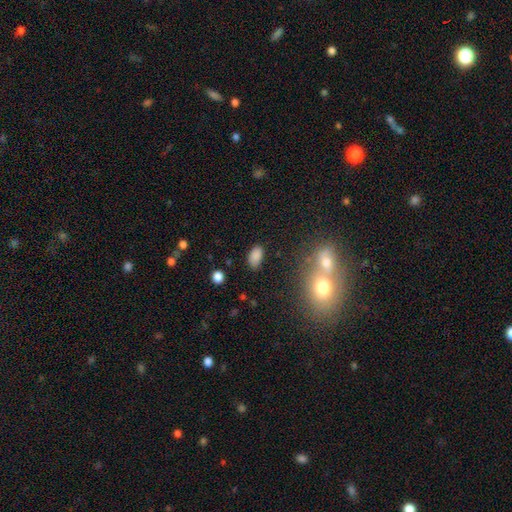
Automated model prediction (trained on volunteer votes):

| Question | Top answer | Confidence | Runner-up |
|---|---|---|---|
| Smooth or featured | smooth | 84% | star or artifact (11%) |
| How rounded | in between | 93% | round (5%) |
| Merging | none | 81% | minor disturbance (13%) |